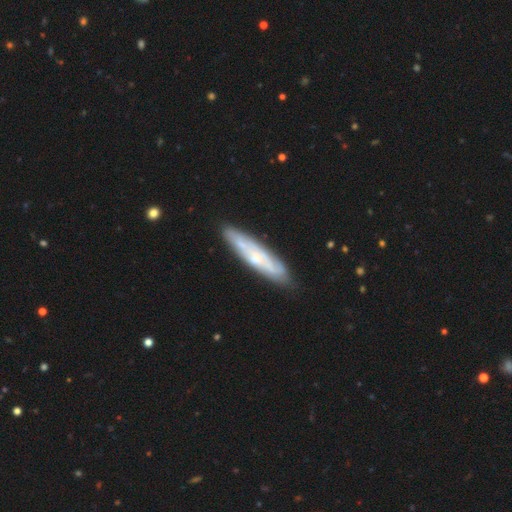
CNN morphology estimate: Smooth or featured? Predicted: featured or disk (p=0.55). Edge-on disk? Predicted: yes (p=0.56). Merging? Predicted: none (p=0.81).